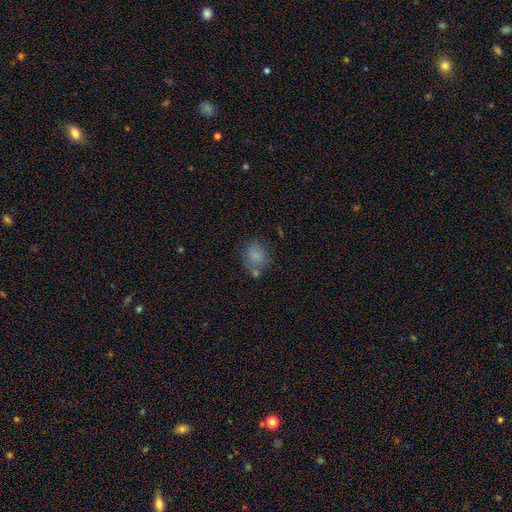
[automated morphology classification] smooth_or_featured: smooth (p=0.76) [alt: featured or disk p=0.12]
how_rounded: round (p=0.69) [alt: in between p=0.30]
merging: none (p=0.59) [alt: minor disturbance p=0.20]